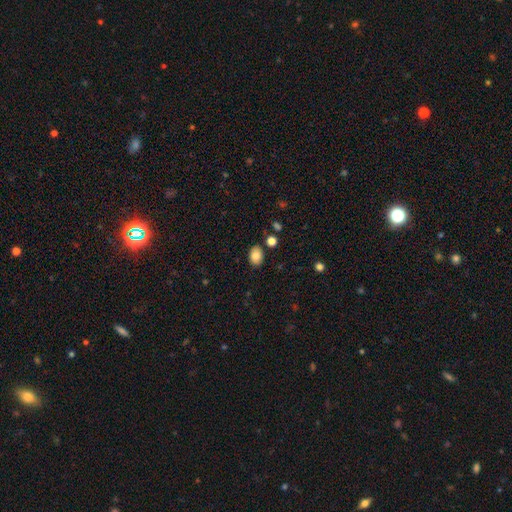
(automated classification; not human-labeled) This is clearly a smooth galaxy (81%). How rounded: likely in between (76%). Merging: clearly none (86%).